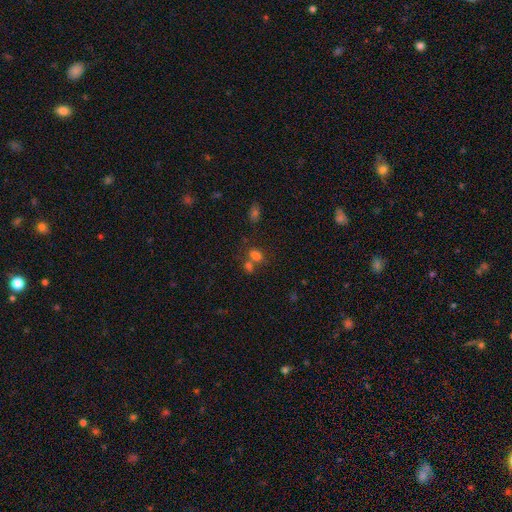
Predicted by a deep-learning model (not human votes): The model was most divided on "merging": merger: 48%, none: 38%, minor disturbance: 10%, major disturbance: 5%. More confident: smooth or featured — smooth (70%); how rounded — in between (66%).